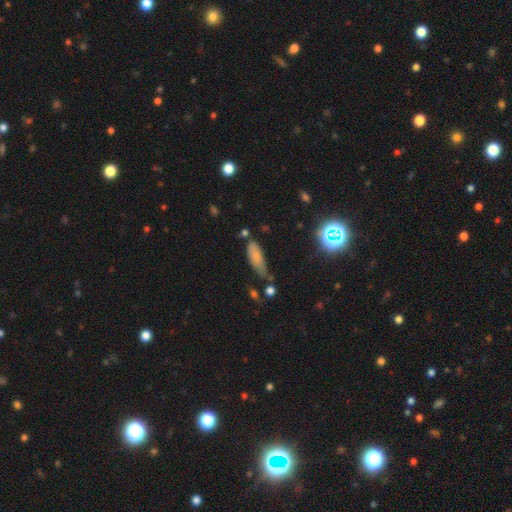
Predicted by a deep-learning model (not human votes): Smooth or featured? smooth (72%)
How rounded? in between (59%)
Merging? none (48%)